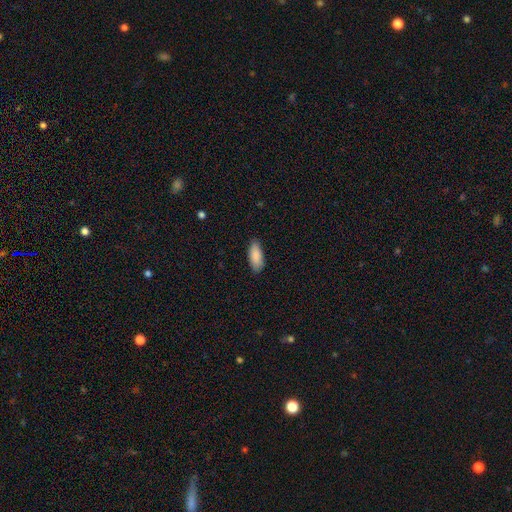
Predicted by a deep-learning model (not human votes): This appears to be a smooth galaxy with no disk features (89%) that is in between round and cigar-shaped (83%). Merging: none (85%).